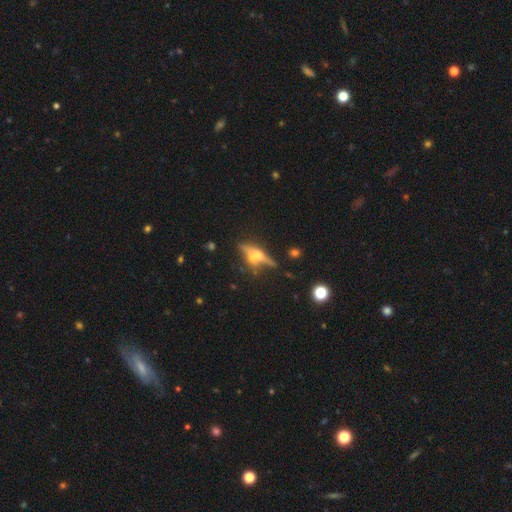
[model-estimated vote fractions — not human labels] smooth-or-featured: featured or disk: 63% | smooth: 26% | star or artifact: 11%
  disk-edge-on: yes: 87% | no: 13%
    edge-on-bulge: rounded: 88% | none: 7% | boxy: 5%
  merging: none: 59% | merger: 22% | minor disturbance: 13% | major disturbance: 6%